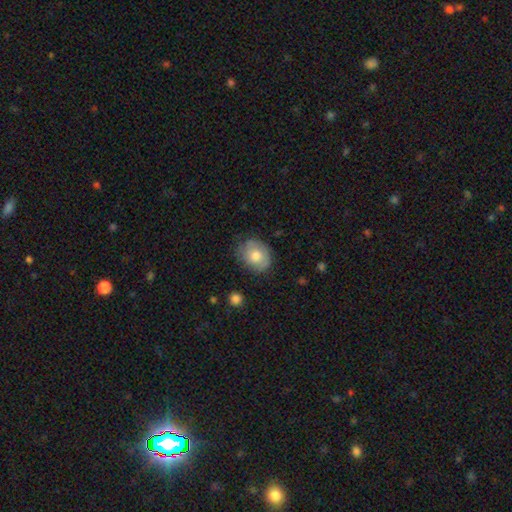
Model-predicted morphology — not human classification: Smooth or featured? smooth (67%)
How rounded? round (57%)
Merging? none (72%)